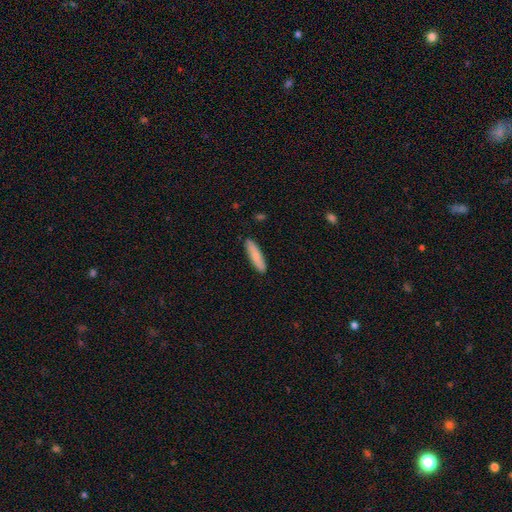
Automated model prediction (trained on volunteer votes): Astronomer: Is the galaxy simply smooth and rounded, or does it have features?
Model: smooth — 82%.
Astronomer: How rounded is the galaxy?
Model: cigar-shaped — 76%.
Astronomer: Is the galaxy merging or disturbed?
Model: none — 89%.